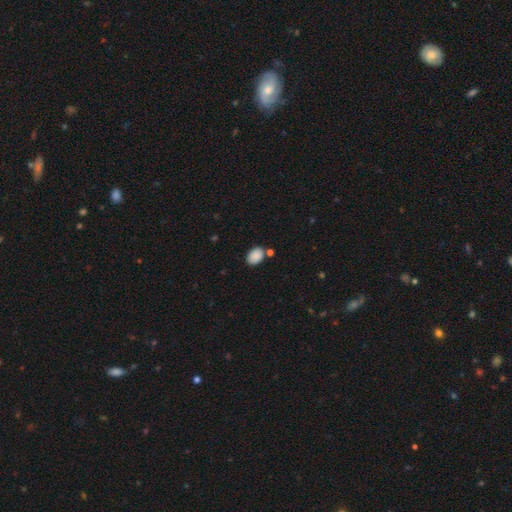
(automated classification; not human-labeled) Smooth or featured: smooth — 88% (star or artifact — 8%)
How rounded: in between — 80% (round — 19%)
Merging: none — 74% (minor disturbance — 13%)